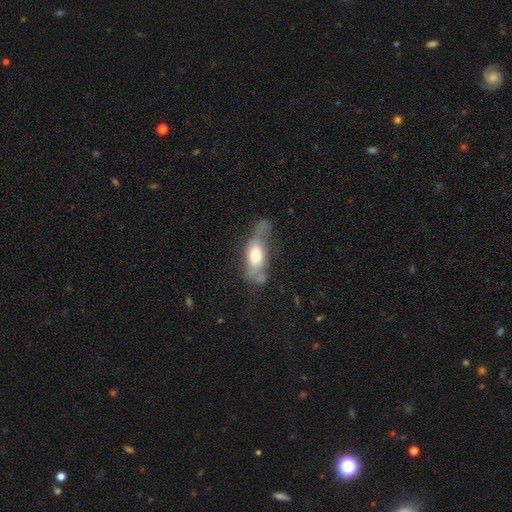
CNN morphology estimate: smooth 55%, featured or disk 37%, star or artifact 8%. Down the decision tree: how rounded — in between (79%); merging — major disturbance (40%).